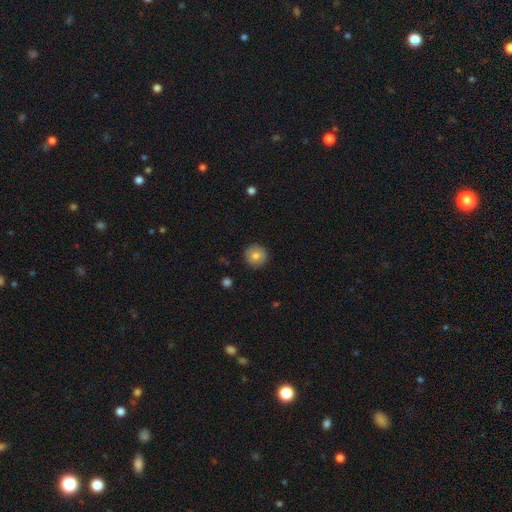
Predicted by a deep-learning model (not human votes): This appears to be a smooth galaxy with no disk features (78%) that is round (95%). Merging: none (90%).